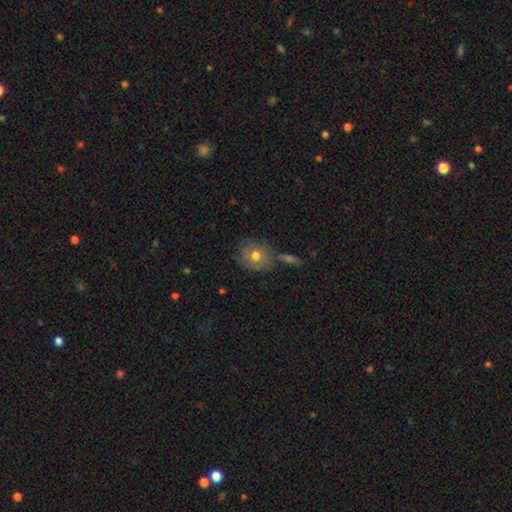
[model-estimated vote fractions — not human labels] smooth_or_featured: smooth (p=0.66) [alt: featured or disk p=0.24]
how_rounded: round (p=0.81) [alt: in between p=0.18]
merging: none (p=0.68) [alt: minor disturbance p=0.17]